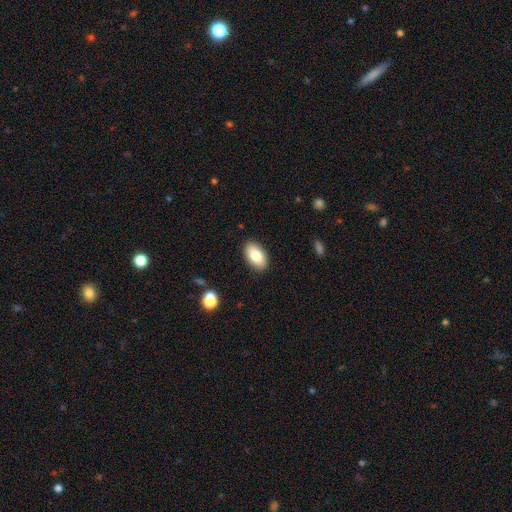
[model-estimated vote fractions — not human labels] Q: Smooth or featured?
A: smooth (81%); runner-up: featured or disk (12%)
Q: How rounded?
A: in between (93%); runner-up: round (5%)
Q: Merging?
A: none (88%); runner-up: minor disturbance (8%)